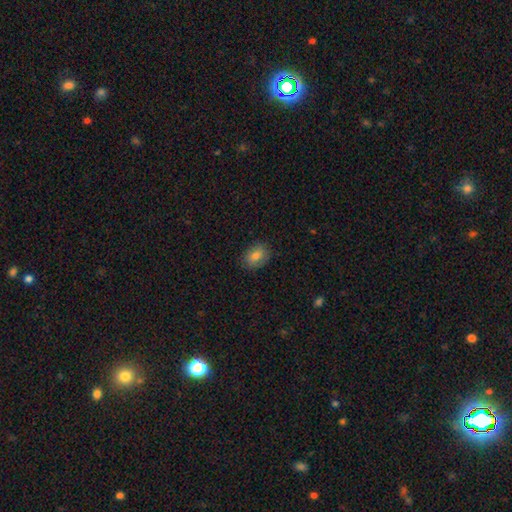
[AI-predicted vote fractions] Overall: smooth (81%). How rounded: in between (73%). Merging: none (84%).